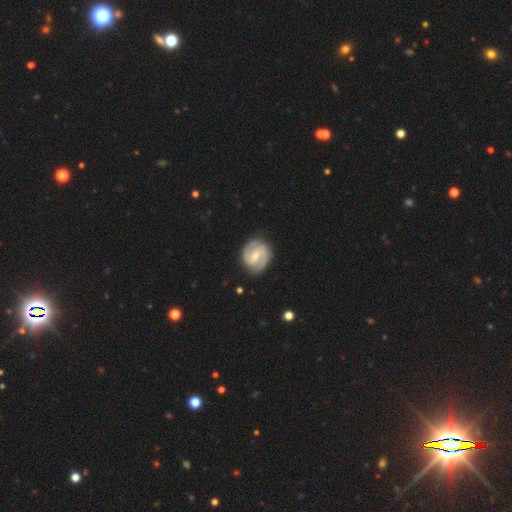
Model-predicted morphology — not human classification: Smooth or featured?
  - featured or disk: 87% *
  - smooth: 9%
  - star or artifact: 4%
Edge-on disk?
  - no: 98% *
  - yes: 2%
Bar?
  - weak: 53% *
  - no: 24%
  - strong: 23%
Spiral arms?
  - yes: 97% *
  - no: 3%
Spiral winding?
  - tight: 46% *
  - medium: 45%
  - loose: 9%
Spiral arm count?
  - 2: 91% *
  - can't tell: 3%
  - 3: 2%
  - 1: 1%
  - 4: 1%
  - more than 4: 1%
Bulge size?
  - moderate: 48% *
  - small: 41%
  - none: 6%
  - large: 3%
  - dominant: 1%
Merging?
  - none: 82% *
  - minor disturbance: 13%
  - major disturbance: 3%
  - merger: 1%